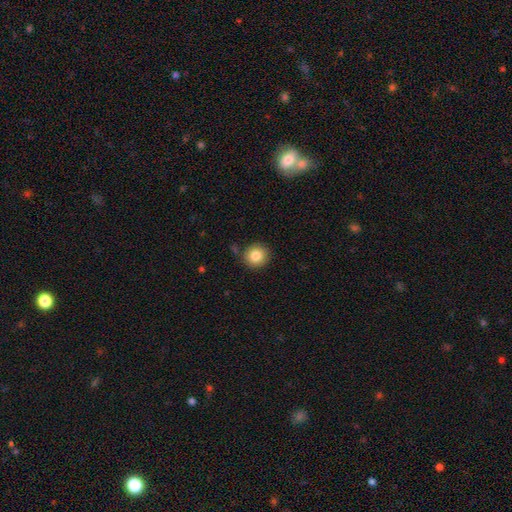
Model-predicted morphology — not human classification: This appears to be a smooth galaxy with no disk features (84%) that is round (92%). Merging: none (87%).